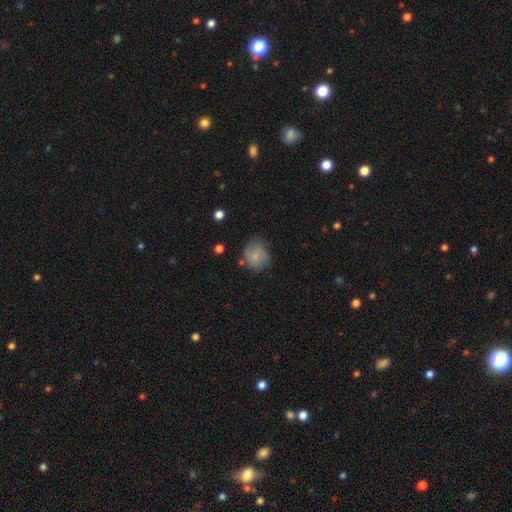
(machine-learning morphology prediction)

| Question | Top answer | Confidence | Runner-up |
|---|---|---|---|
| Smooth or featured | smooth | 74% | featured or disk (18%) |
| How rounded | round | 79% | in between (20%) |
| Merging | none | 64% | minor disturbance (26%) |